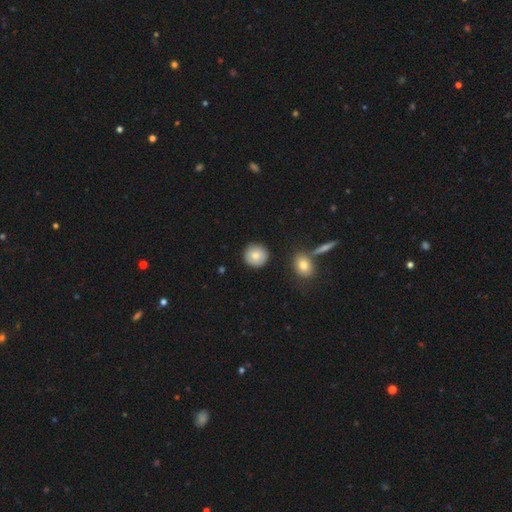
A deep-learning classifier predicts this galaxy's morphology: Smooth or featured: smooth — 79% (featured or disk — 12%)
How rounded: round — 93% (in between — 6%)
Merging: none — 88% (minor disturbance — 7%)